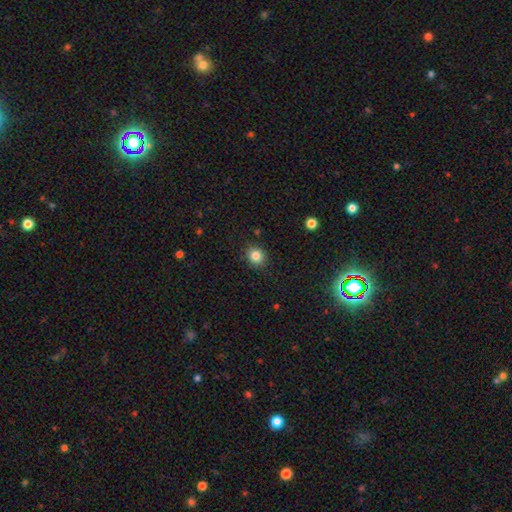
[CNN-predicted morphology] This appears to be a smooth galaxy with no disk features (83%) that is round (80%). Merging: none (89%).